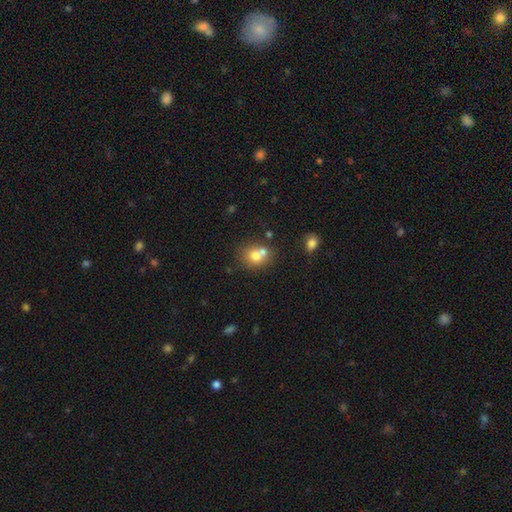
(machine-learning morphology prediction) Smooth or featured? smooth (71%)
How rounded? round (71%)
Merging? merger (45%)